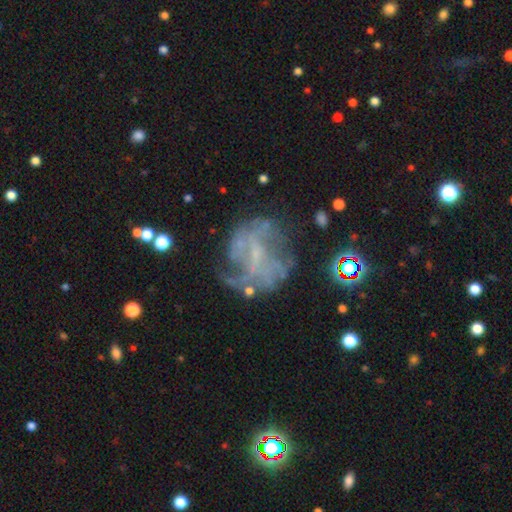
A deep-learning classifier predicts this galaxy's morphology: type=featured or disk (60%); edge-on=no (97%); bar=no (54%); spiral arms=yes (52%); bulge=none (50%); merging=none (55%).